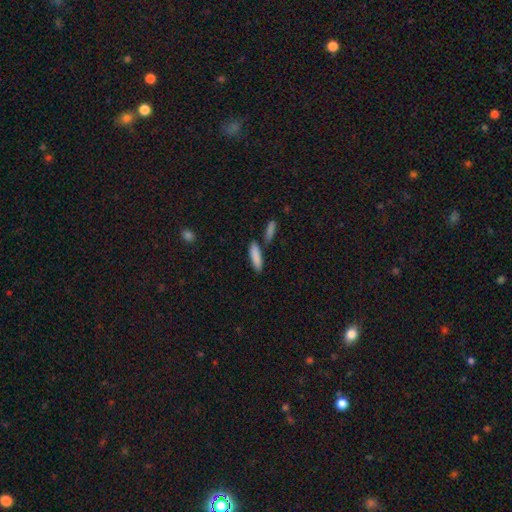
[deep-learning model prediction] This appears to be a smooth galaxy with no disk features (86%) that is cigar-shaped (67%). Merging: none (74%).